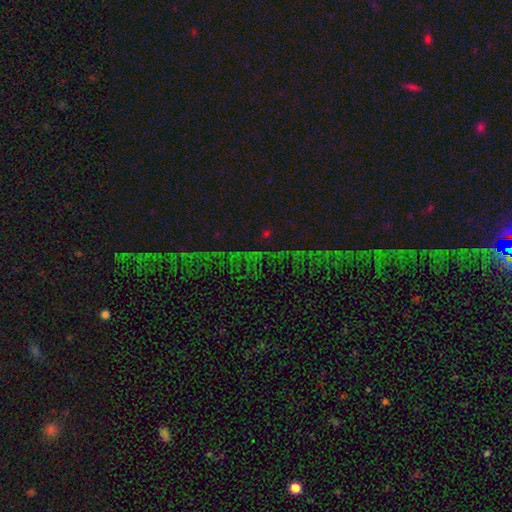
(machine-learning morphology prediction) star or artifact 78%, featured or disk 11%, smooth 10%.